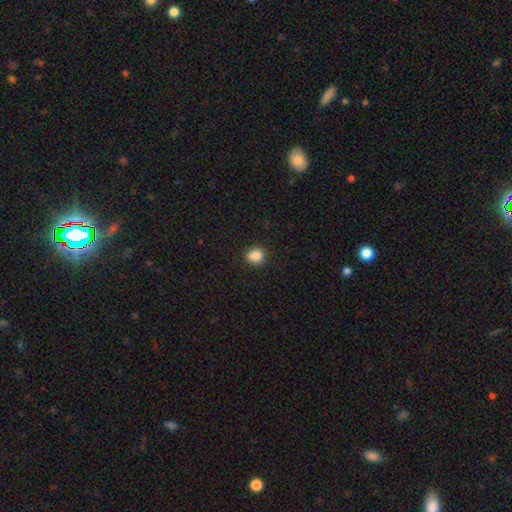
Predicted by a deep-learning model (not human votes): Smooth or featured?
  - smooth: 84% *
  - star or artifact: 11%
  - featured or disk: 5%
How rounded?
  - round: 82% *
  - in between: 17%
  - cigar-shaped: 1%
Merging?
  - none: 80% *
  - minor disturbance: 14%
  - merger: 4%
  - major disturbance: 3%